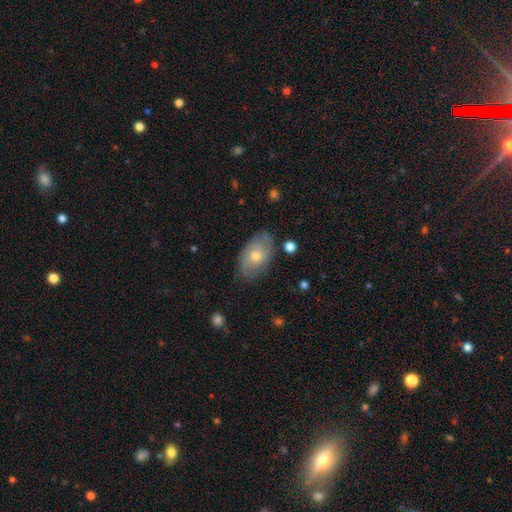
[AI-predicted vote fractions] This is possibly a smooth galaxy (54%). How rounded: clearly in between (90%). Merging: likely none (74%).